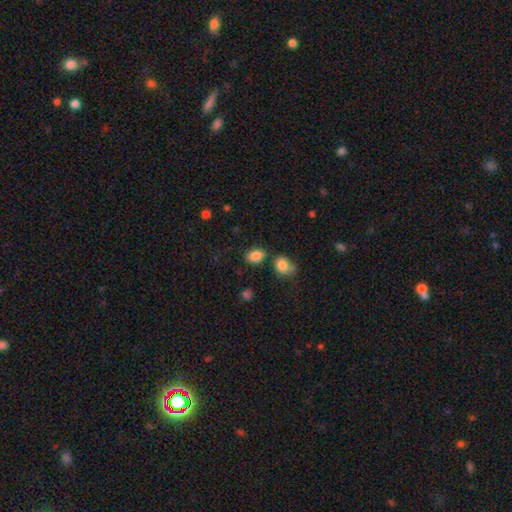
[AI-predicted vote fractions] Smooth or featured? Predicted: smooth (p=0.85). How rounded? Predicted: in between (p=0.80). Merging? Predicted: none (p=0.73).